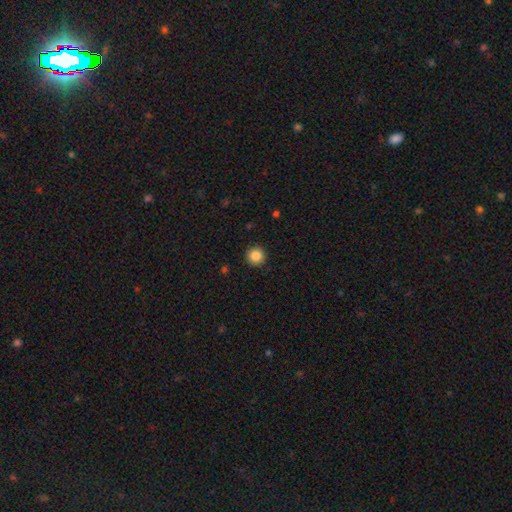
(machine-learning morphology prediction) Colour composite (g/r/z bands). It shows a smooth galaxy with no disk features (86%) that is round (95%). Merging: none (92%).